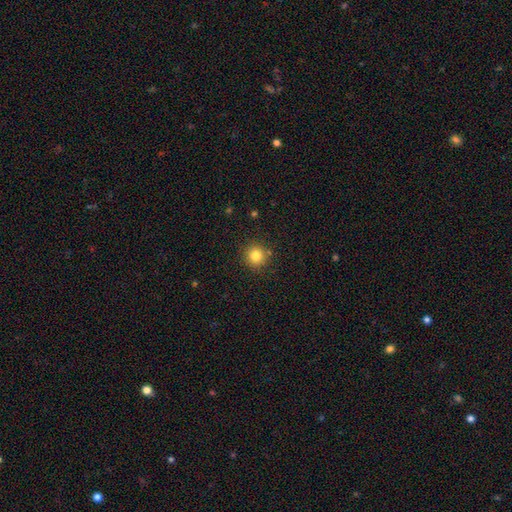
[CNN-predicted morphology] A smooth galaxy with no disk features (81%) that is round (95%).

Vote fractions:
- Smooth or featured? smooth: 81% / star or artifact: 13% / featured or disk: 6%
- How rounded? round: 95% / in between: 5% / cigar-shaped: 1%
- Merging? none: 89% / minor disturbance: 6% / merger: 3% / major disturbance: 2%